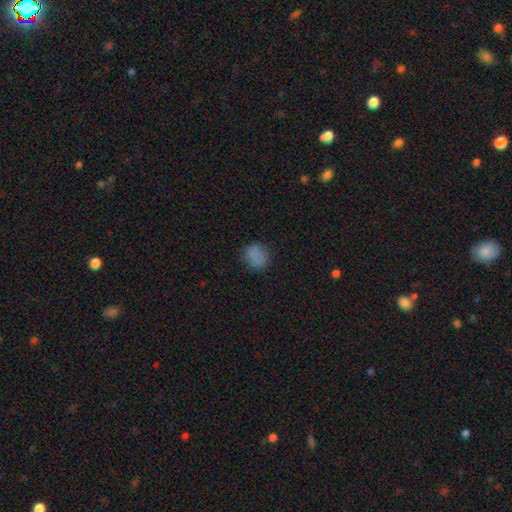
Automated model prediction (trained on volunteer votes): The model was most divided on "how rounded": round: 73%, in between: 26%, cigar-shaped: 1%. More confident: smooth or featured — smooth (78%); merging — none (76%).